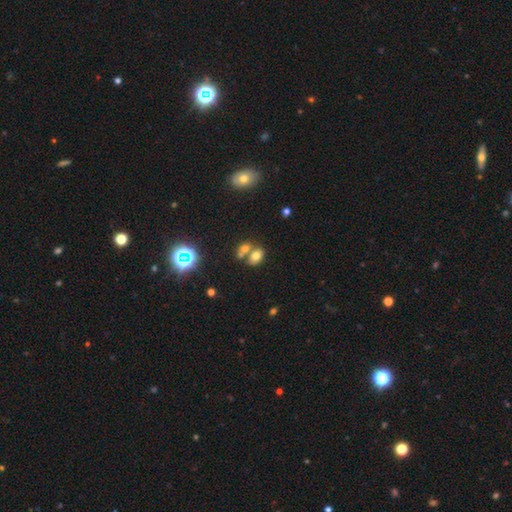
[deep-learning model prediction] This appears to be a smooth galaxy with no disk features (70%) that is in between round and cigar-shaped (81%). Merging: merger (49%).